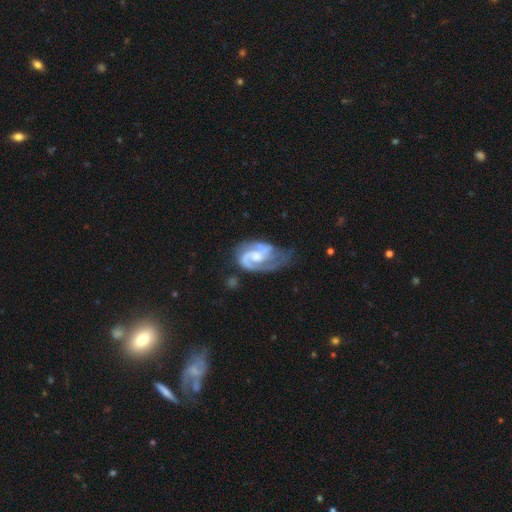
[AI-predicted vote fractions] Morphology: type=featured or disk (89%); edge-on=no (98%); bar=no (47%); spiral arms=yes (97%); winding=medium (50%); arm count=2 (79%); bulge=moderate (42%); merging=none (49%).